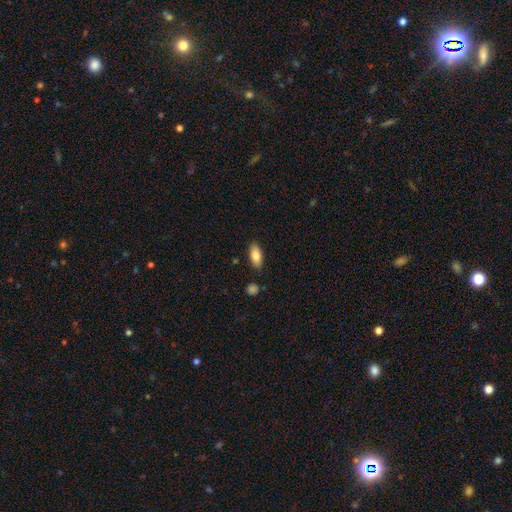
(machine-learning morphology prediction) This appears to be a smooth galaxy with no disk features (82%) that is in between round and cigar-shaped (87%). Merging: none (86%).